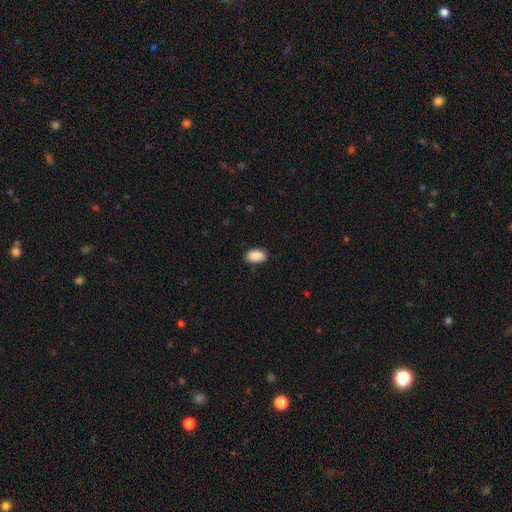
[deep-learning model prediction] Smooth or featured? smooth (89%)
How rounded? in between (91%)
Merging? none (82%)